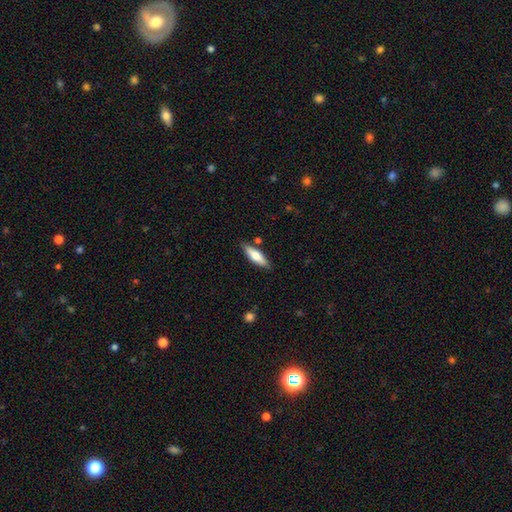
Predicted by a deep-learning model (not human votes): Smooth or featured: smooth — 65% (featured or disk — 29%)
How rounded: cigar-shaped — 57% (in between — 42%)
Merging: none — 83% (minor disturbance — 11%)